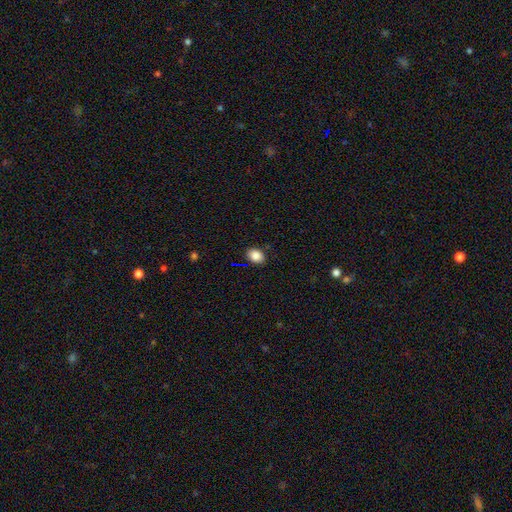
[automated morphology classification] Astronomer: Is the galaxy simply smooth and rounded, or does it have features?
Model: smooth — 86%.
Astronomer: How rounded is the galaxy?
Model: in between — 63%.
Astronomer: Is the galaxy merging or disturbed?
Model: none — 86%.